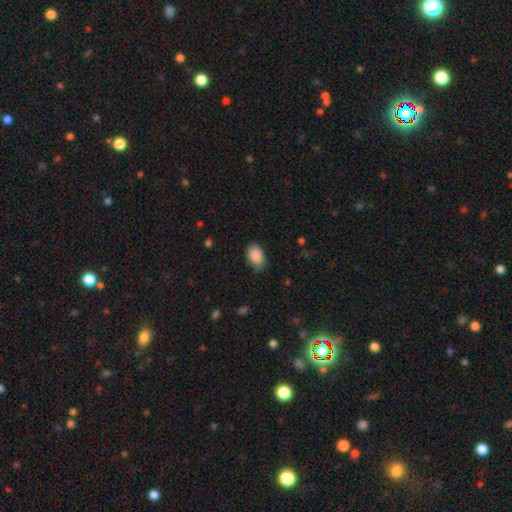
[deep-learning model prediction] Smooth or featured: smooth — 89% (star or artifact — 7%)
How rounded: in between — 89% (round — 10%)
Merging: none — 69% (minor disturbance — 25%)